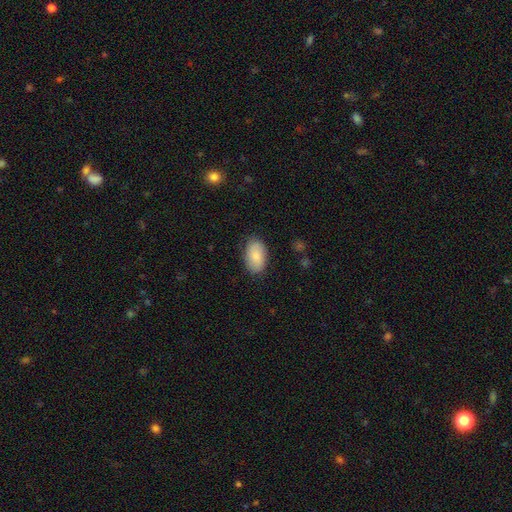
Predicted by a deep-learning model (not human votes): The model was most divided on "merging": none: 82%, minor disturbance: 14%, major disturbance: 3%, merger: 1%. More confident: how rounded — in between (93%); smooth or featured — smooth (82%).